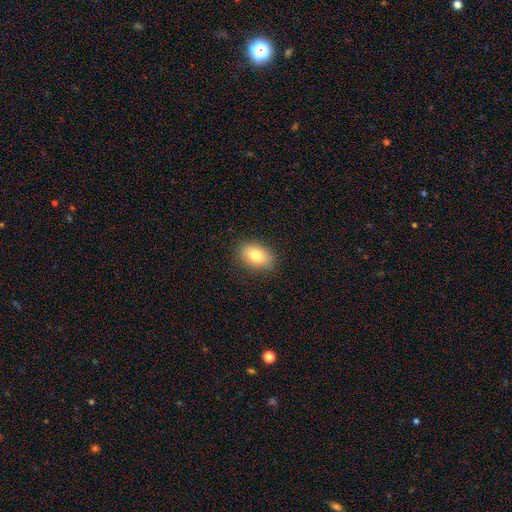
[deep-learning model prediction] A smooth galaxy with no disk features (78%) that is in between round and cigar-shaped (86%). Merging: none (87%).